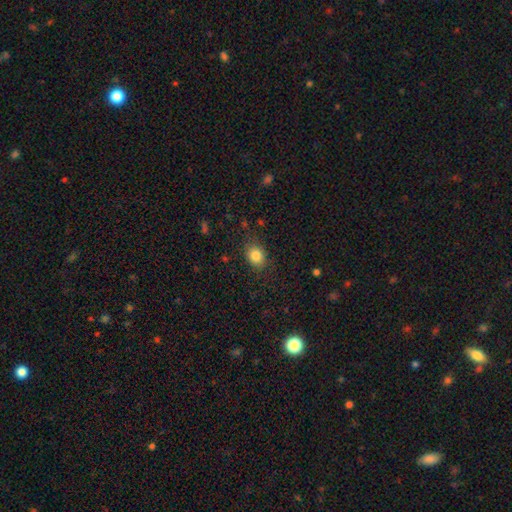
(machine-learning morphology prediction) smooth 83%, star or artifact 10%, featured or disk 7%. Down the decision tree: how rounded — in between (50%); merging — none (83%).